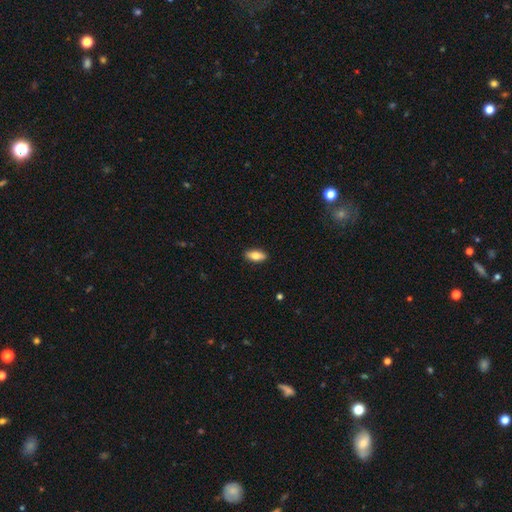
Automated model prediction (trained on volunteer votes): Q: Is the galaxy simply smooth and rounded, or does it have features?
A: smooth — 74%.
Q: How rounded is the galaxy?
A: in between — 82%.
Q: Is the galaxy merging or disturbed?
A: none — 90%.